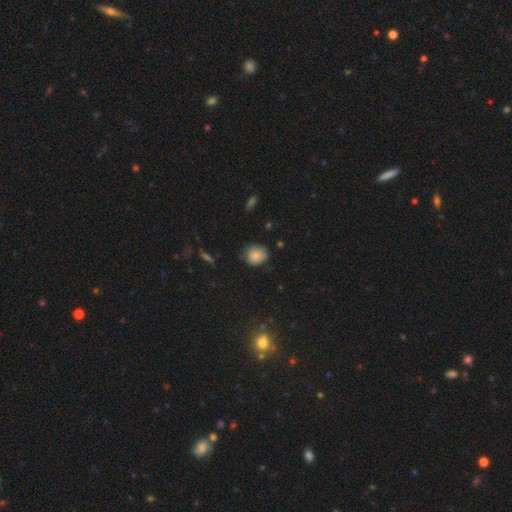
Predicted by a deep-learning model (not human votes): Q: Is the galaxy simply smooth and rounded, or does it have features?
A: smooth — 81%.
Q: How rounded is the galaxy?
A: round — 76%.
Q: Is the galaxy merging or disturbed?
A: none — 68%.